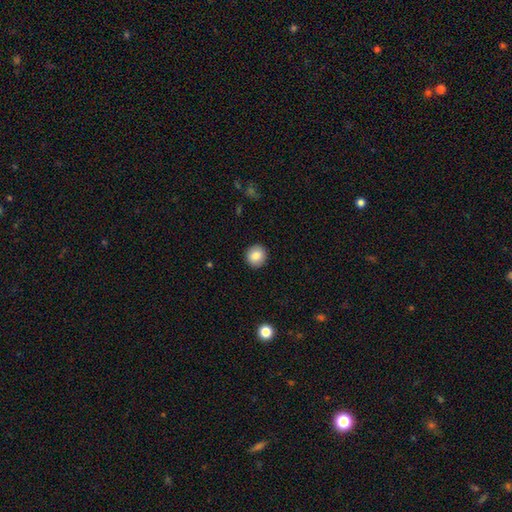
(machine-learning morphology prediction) Smooth or featured? Predicted: smooth (p=0.85). How rounded? Predicted: round (p=0.91). Merging? Predicted: none (p=0.92).